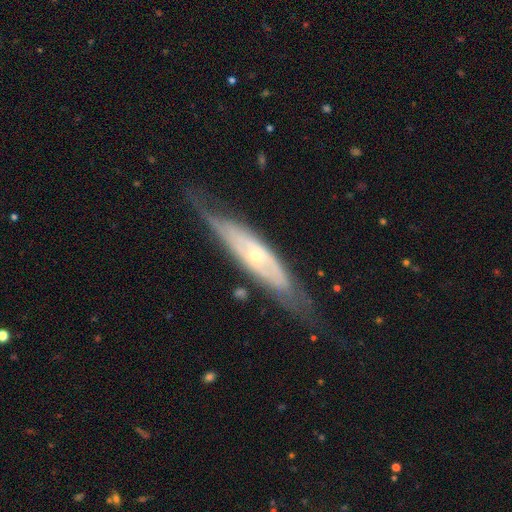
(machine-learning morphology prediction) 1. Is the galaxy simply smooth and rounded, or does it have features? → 76% featured or disk, 18% smooth, 6% star or artifact.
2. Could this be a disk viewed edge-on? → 57% no, 43% yes.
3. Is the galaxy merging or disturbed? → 66% none, 22% minor disturbance, 10% major disturbance, 2% merger.